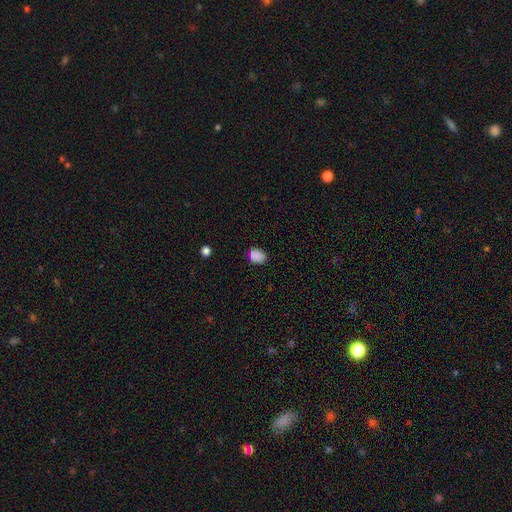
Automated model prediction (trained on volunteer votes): Morphology: type=smooth (86%); roundness=in between (61%); merging=none (79%).